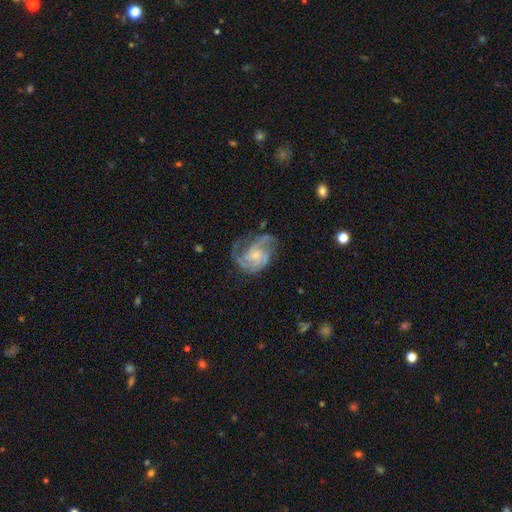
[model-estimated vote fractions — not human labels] Morphology: type=featured or disk (87%); edge-on=no (98%); bar=no (66%); spiral arms=yes (96%); winding=medium (47%); arm count=3 (40%); bulge=small (68%); merging=none (59%).